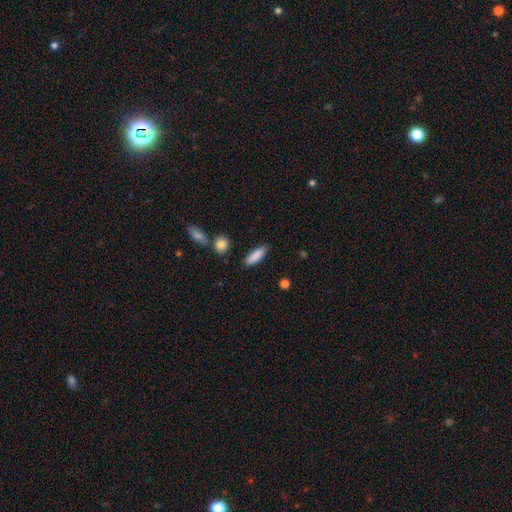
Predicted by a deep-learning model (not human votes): Smooth or featured?
  - smooth: 87% *
  - star or artifact: 7%
  - featured or disk: 6%
How rounded?
  - in between: 53% *
  - cigar-shaped: 45%
  - round: 2%
Merging?
  - none: 84% *
  - minor disturbance: 10%
  - merger: 3%
  - major disturbance: 2%